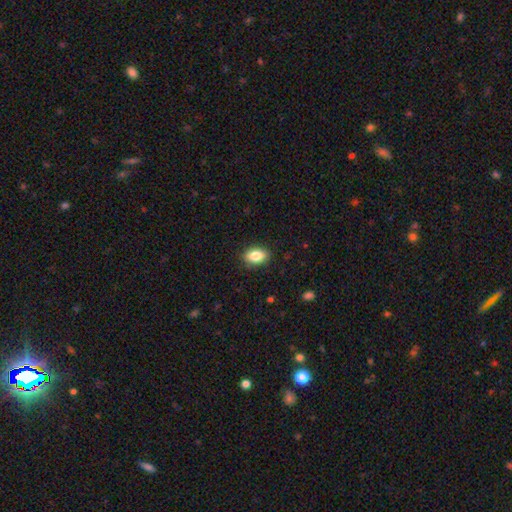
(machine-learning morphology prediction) smooth-or-featured: smooth: 84% | featured or disk: 8% | star or artifact: 8%
  how-rounded: in between: 87% | round: 11% | cigar-shaped: 2%
  merging: none: 87% | minor disturbance: 10% | major disturbance: 2% | merger: 1%